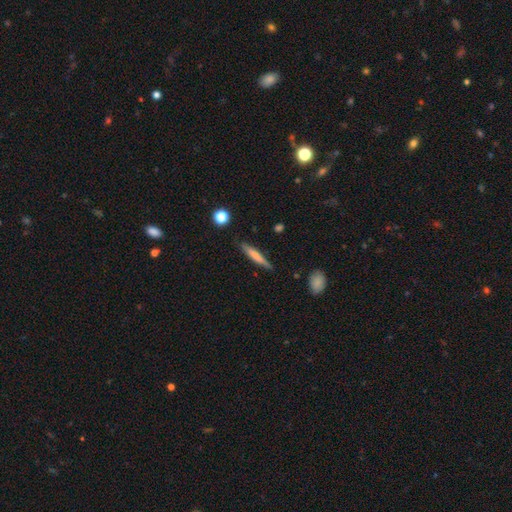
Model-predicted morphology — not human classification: Smooth or featured? smooth (64%)
How rounded? cigar-shaped (92%)
Merging? none (84%)